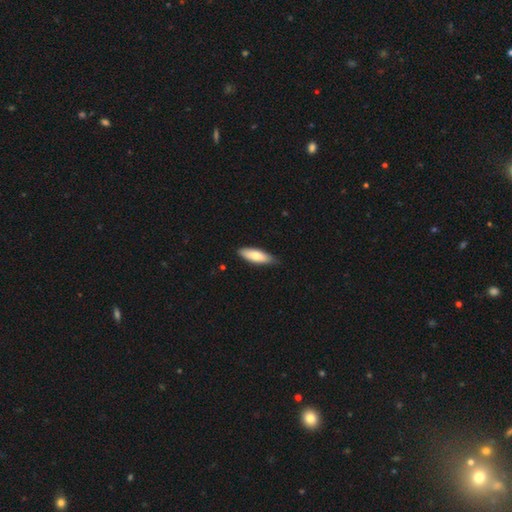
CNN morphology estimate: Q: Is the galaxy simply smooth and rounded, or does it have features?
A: smooth — 76%.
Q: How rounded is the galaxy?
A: in between — 56%.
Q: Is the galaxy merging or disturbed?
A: none — 81%.